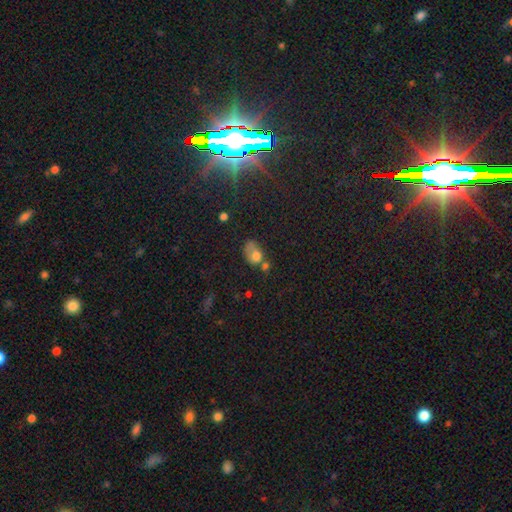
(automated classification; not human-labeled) Smooth or featured?
  - smooth: 70% *
  - featured or disk: 16%
  - star or artifact: 14%
How rounded?
  - in between: 62% *
  - round: 37%
  - cigar-shaped: 2%
Merging?
  - merger: 38% *
  - none: 26%
  - minor disturbance: 19%
  - major disturbance: 18%